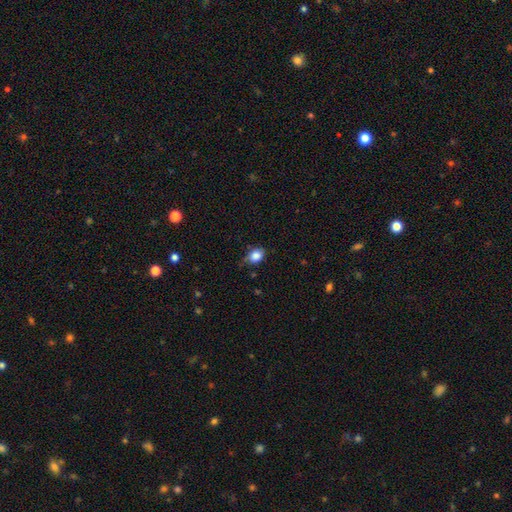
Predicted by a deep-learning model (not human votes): Overall: smooth (85%). How rounded: in between (67%; round 32%). Merging: none (61%; minor disturbance 31%).